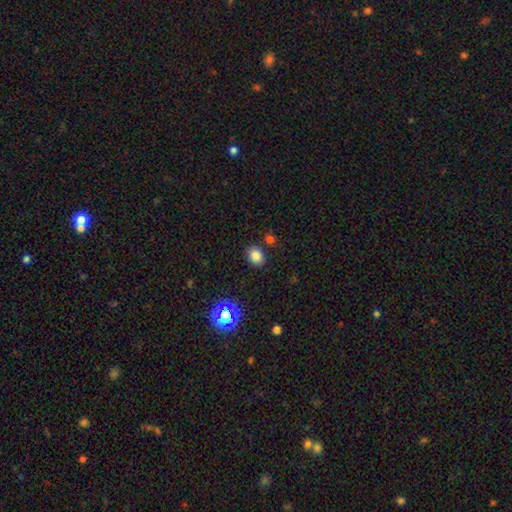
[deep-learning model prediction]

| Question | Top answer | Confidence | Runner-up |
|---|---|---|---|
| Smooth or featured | smooth | 81% | star or artifact (14%) |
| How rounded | in between | 57% | round (42%) |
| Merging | none | 84% | minor disturbance (9%) |